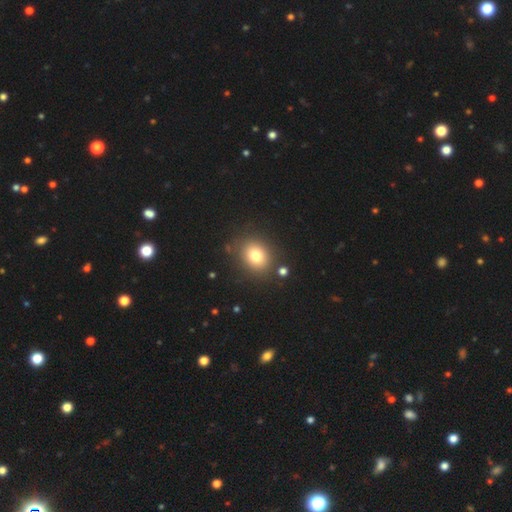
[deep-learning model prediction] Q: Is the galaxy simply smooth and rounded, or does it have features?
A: smooth — 79%.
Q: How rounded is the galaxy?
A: round — 63%.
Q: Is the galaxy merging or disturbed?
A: none — 83%.